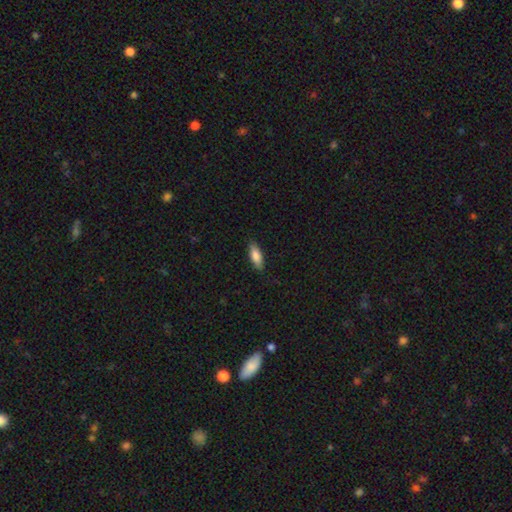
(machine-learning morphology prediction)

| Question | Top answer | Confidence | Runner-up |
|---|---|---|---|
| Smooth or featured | smooth | 83% | featured or disk (11%) |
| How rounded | in between | 70% | cigar-shaped (29%) |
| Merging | none | 85% | minor disturbance (12%) |